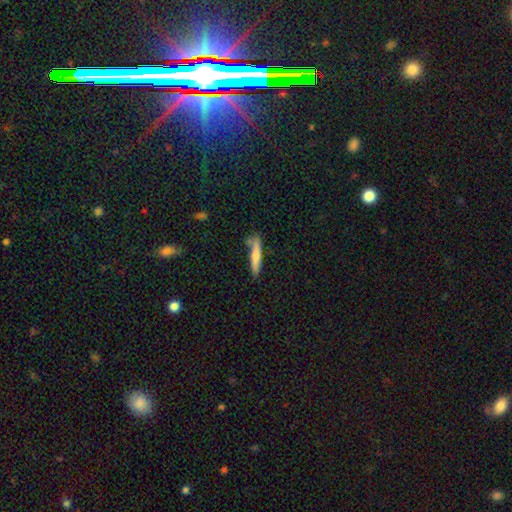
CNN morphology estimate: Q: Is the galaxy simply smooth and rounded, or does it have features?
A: smooth — 63%.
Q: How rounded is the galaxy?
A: cigar-shaped — 89%.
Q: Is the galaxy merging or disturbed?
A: none — 75%.